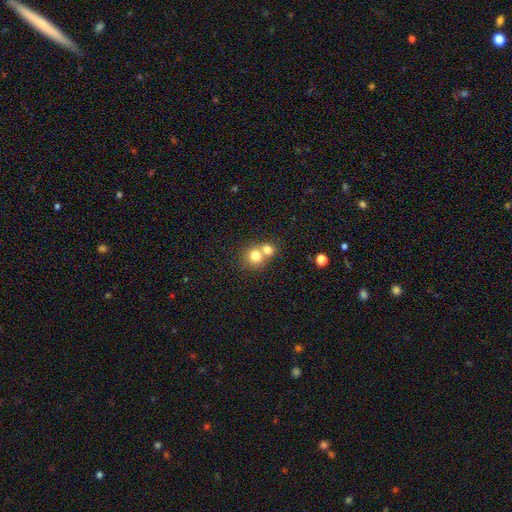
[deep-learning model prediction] Smooth or featured? Predicted: smooth (p=0.76). How rounded? Predicted: round (p=0.82). Merging? Predicted: merger (p=0.58).